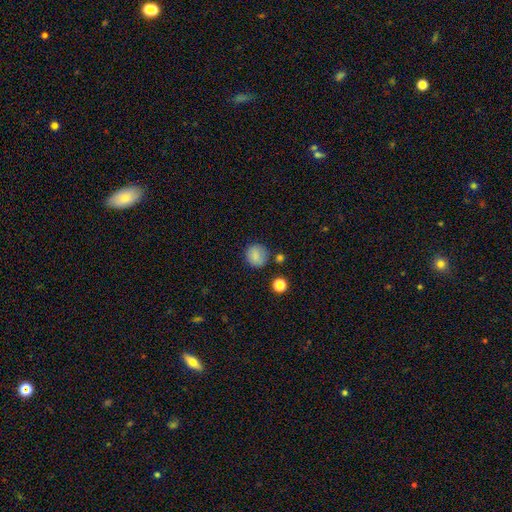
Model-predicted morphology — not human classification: Smooth or featured?
  - smooth: 84% *
  - star or artifact: 10%
  - featured or disk: 6%
How rounded?
  - round: 89% *
  - in between: 10%
  - cigar-shaped: 1%
Merging?
  - none: 80% *
  - minor disturbance: 12%
  - merger: 5%
  - major disturbance: 4%